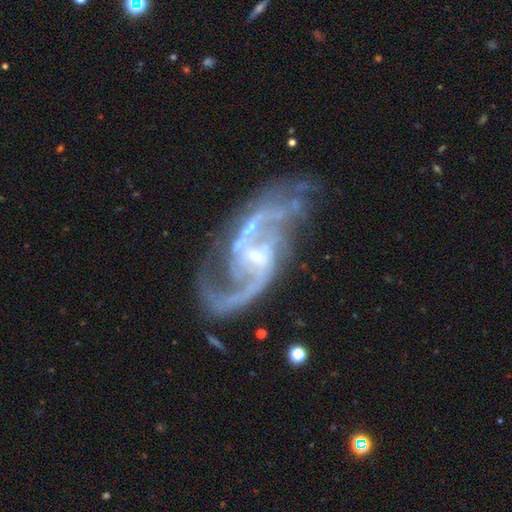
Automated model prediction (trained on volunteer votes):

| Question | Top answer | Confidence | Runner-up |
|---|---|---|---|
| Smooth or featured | featured or disk | 91% | star or artifact (5%) |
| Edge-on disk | no | 97% | yes (3%) |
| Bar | weak | 51% | no (29%) |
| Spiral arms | yes | 96% | no (4%) |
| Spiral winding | medium | 47% | loose (39%) |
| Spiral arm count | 2 | 82% | can't tell (5%) |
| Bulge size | small | 61% | moderate (32%) |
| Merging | none | 53% | minor disturbance (20%) |